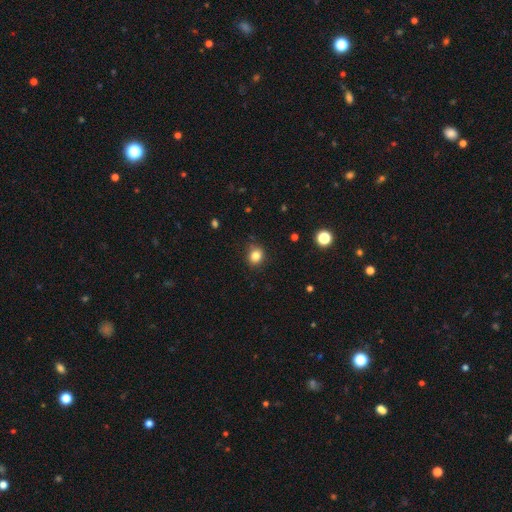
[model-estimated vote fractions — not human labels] A smooth galaxy with no disk features (83%) that is round (70%). Merging: none (83%).